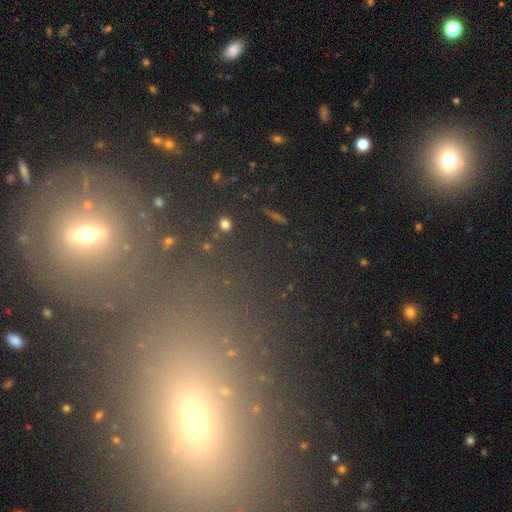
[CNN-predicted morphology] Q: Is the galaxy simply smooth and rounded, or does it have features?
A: star or artifact — 50%.